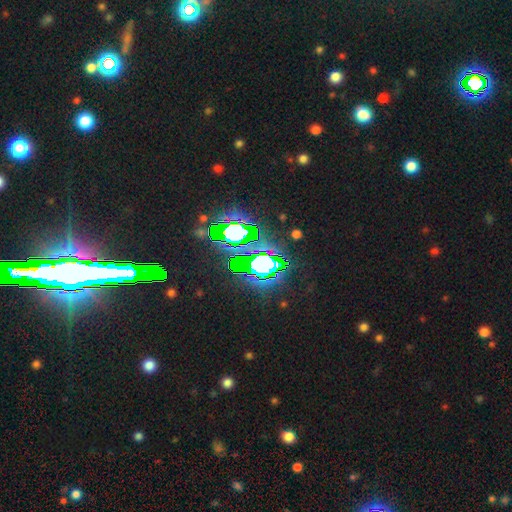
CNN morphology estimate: type=star or artifact (83%).